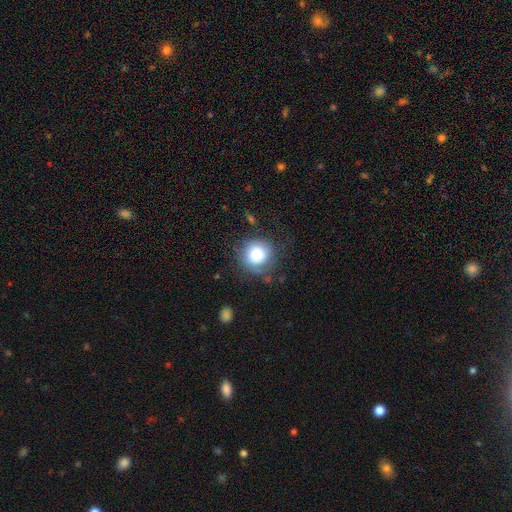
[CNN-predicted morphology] smooth 81%, featured or disk 10%, star or artifact 9%. Down the decision tree: how rounded — round (91%); merging — none (73%).